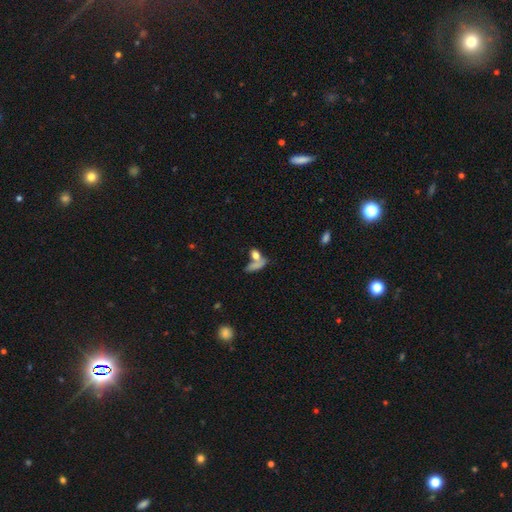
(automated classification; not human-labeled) smooth-or-featured: smooth: 75% | featured or disk: 14% | star or artifact: 10%
  how-rounded: in between: 55% | round: 24% | cigar-shaped: 20%
  merging: merger: 42% | none: 39% | minor disturbance: 11% | major disturbance: 8%